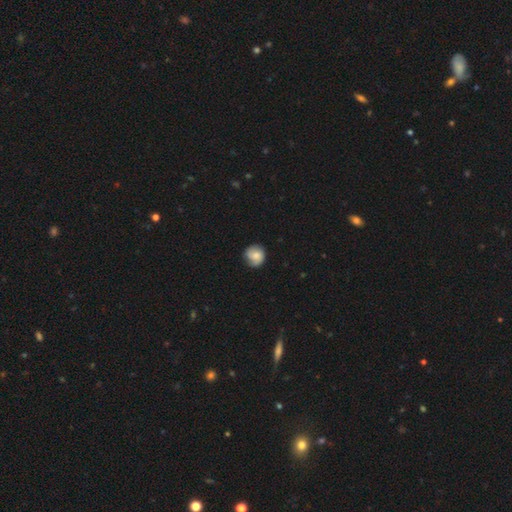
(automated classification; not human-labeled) Overall: smooth (61%; featured or disk 32%). How rounded: round (85%). Merging: none (75%).